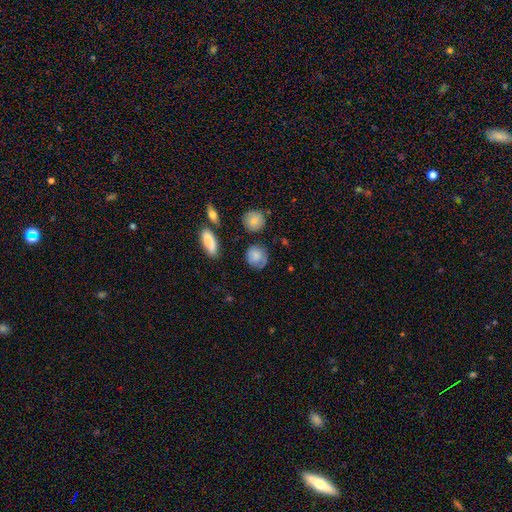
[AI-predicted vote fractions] Smooth or featured?
  - smooth: 74% *
  - featured or disk: 18%
  - star or artifact: 8%
How rounded?
  - round: 74% *
  - in between: 24%
  - cigar-shaped: 2%
Merging?
  - none: 68% *
  - minor disturbance: 21%
  - major disturbance: 7%
  - merger: 3%